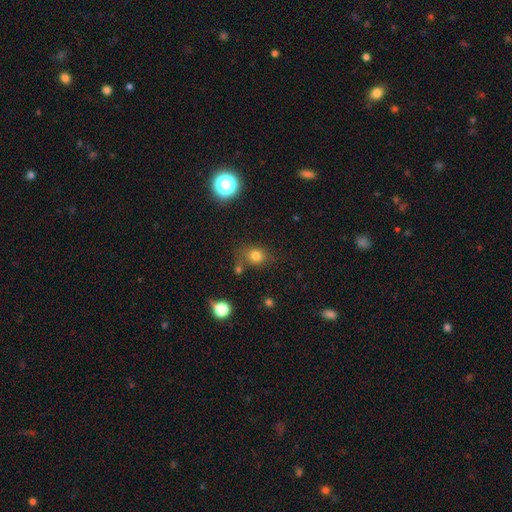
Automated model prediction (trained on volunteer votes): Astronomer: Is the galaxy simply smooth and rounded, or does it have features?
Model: smooth — 77%.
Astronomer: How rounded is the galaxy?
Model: round — 65%.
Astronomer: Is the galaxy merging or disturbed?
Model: none — 67%.